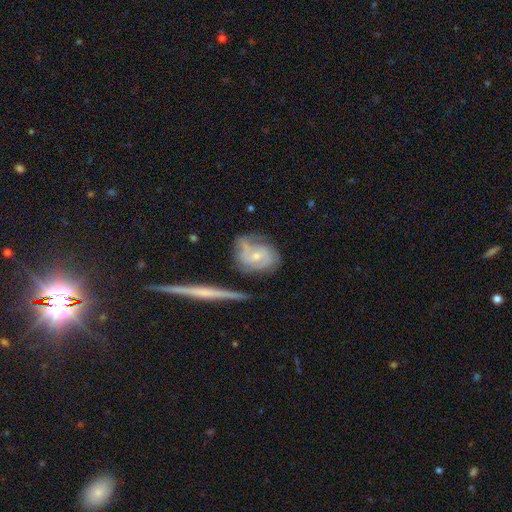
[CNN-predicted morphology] A featured or disk galaxy (76%) with no bar (61%), 2 (58%) medium (43%, tied with tight) spiral arms (92%) and a small central bulge (54%).

Vote fractions:
- Smooth or featured? featured or disk: 76% / smooth: 18% / star or artifact: 6%
- Edge-on disk? no: 94% / yes: 6%
- Bar? no: 61% / weak: 31% / strong: 8%
- Spiral arms? yes: 92% / no: 8%
- Spiral winding? medium: 43% (tied) / tight: 43% (tied) / loose: 14%
- Spiral arm count? 2: 58% / can't tell: 19% / 3: 15% / 1: 4% / 4: 3% / more than 4: 2%
- Bulge size? small: 54% / moderate: 42% / none: 2% / large: 1% / dominant: 1%
- Merging? none: 61% / minor disturbance: 22% / major disturbance: 9% / merger: 7%